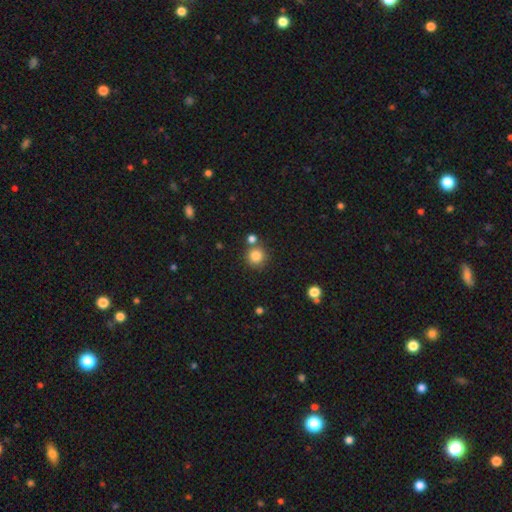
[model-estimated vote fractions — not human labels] Morphology: type=smooth (83%); roundness=round (93%); merging=none (74%).